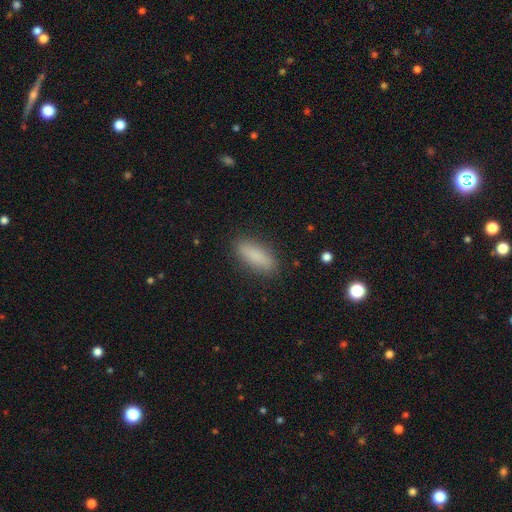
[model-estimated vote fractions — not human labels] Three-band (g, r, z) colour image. It shows a smooth galaxy with no disk features (85%) that is in between round and cigar-shaped (60%). Merging: none (88%).